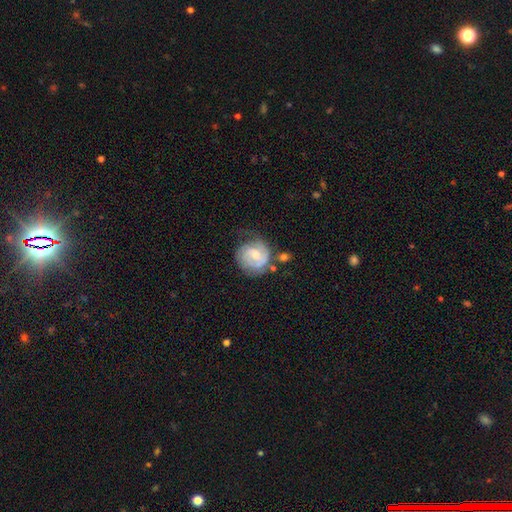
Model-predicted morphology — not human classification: smooth-or-featured: featured or disk: 73% | smooth: 21% | star or artifact: 6%
  disk-edge-on: no: 98% | yes: 2%
    bar: weak: 47% | no: 43% | strong: 10%
    has-spiral-arms: yes: 89% | no: 11%
      spiral-winding: tight: 57% | medium: 32% | loose: 11%
      spiral-arm-count: 2: 52% | can't tell: 25% | 1: 10% | 3: 9% | 4: 2% | more than 4: 2%
    bulge-size: moderate: 48% | small: 45% | none: 3% | large: 3% | dominant: 1%
  merging: none: 50% | minor disturbance: 26% | major disturbance: 17% | merger: 7%